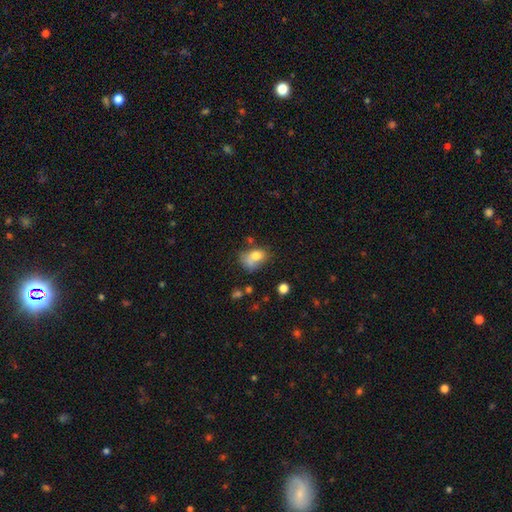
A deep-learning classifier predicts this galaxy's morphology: Q: Smooth or featured?
A: smooth (73%); runner-up: featured or disk (16%)
Q: How rounded?
A: in between (68%); runner-up: round (31%)
Q: Merging?
A: none (32%); runner-up: minor disturbance (26%)